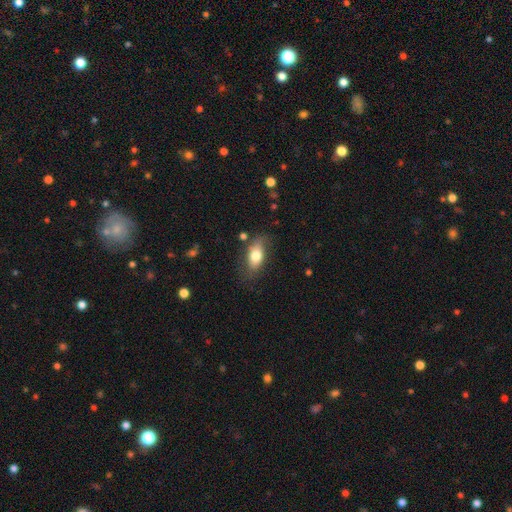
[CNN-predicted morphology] This is likely a smooth galaxy (74%). How rounded: clearly in between (87%). Merging: likely none (73%).